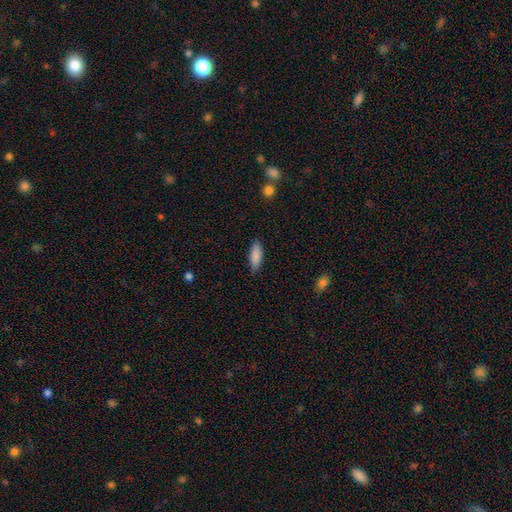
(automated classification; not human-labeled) A smooth galaxy with no disk features (87%) that is in between round and cigar-shaped (63%). Merging: none (83%).